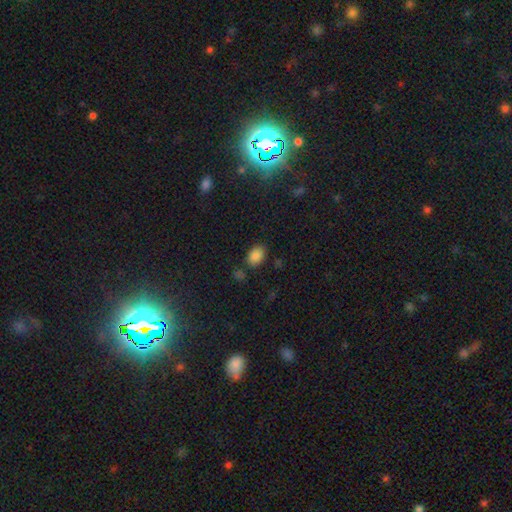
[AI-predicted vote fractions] smooth-or-featured: smooth: 84% | star or artifact: 10% | featured or disk: 6%
  how-rounded: in between: 85% | round: 14% | cigar-shaped: 1%
  merging: none: 77% | minor disturbance: 13% | merger: 6% | major disturbance: 4%